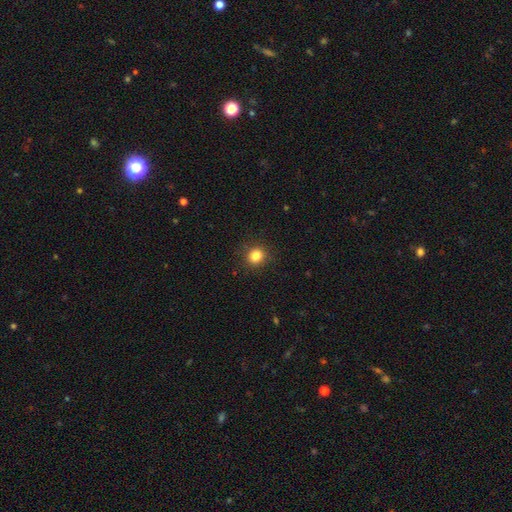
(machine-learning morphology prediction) type=smooth (83%); roundness=round (86%); merging=none (89%).